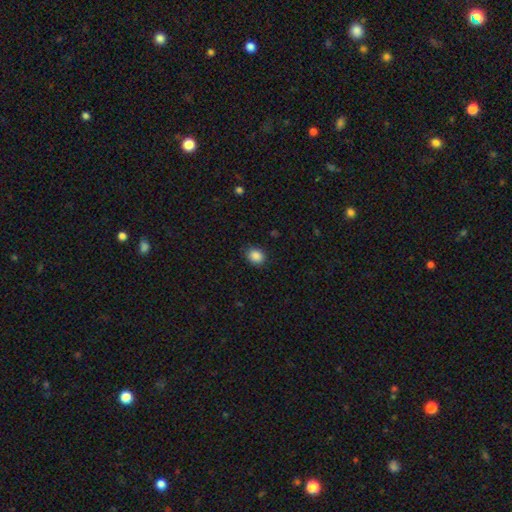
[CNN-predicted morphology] A smooth galaxy with no disk features (88%) that is round (56%). Merging: none (87%).